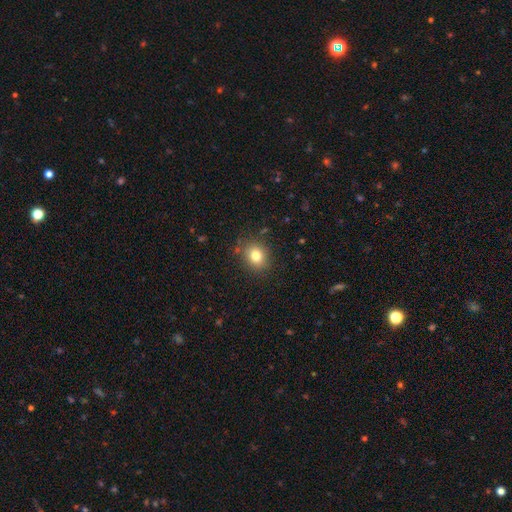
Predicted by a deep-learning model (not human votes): This is likely a smooth galaxy (79%). How rounded: likely round (68%). Merging: clearly none (85%).